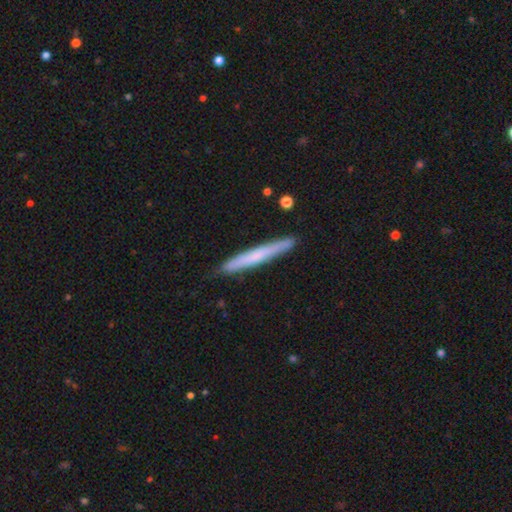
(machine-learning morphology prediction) smooth_or_featured: smooth (p=0.59) [alt: featured or disk p=0.36]
how_rounded: cigar-shaped (p=0.97) [alt: in between p=0.02]
merging: none (p=0.87) [alt: minor disturbance p=0.10]